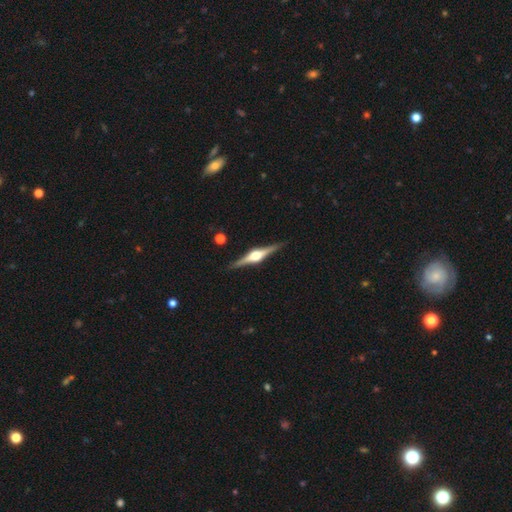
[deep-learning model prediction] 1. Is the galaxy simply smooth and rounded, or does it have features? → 86% featured or disk, 9% smooth, 5% star or artifact.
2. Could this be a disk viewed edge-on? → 98% yes, 2% no.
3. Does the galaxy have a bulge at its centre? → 93% rounded, 5% boxy, 1% none.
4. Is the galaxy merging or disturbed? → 91% none, 6% minor disturbance, 1% major disturbance, 1% merger.